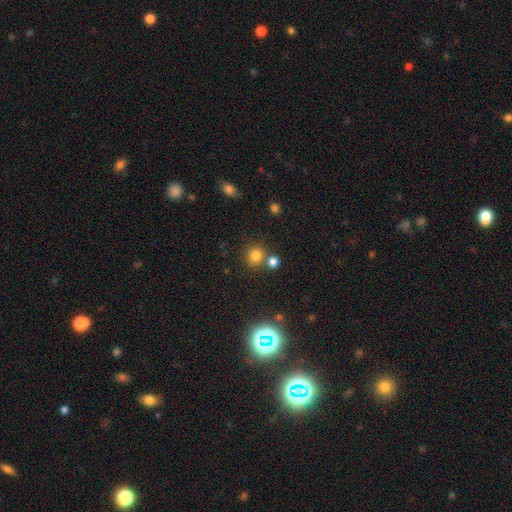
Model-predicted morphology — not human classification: smooth_or_featured: smooth (p=0.78) [alt: star or artifact p=0.16]
how_rounded: round (p=0.89) [alt: in between p=0.10]
merging: none (p=0.69) [alt: merger p=0.19]